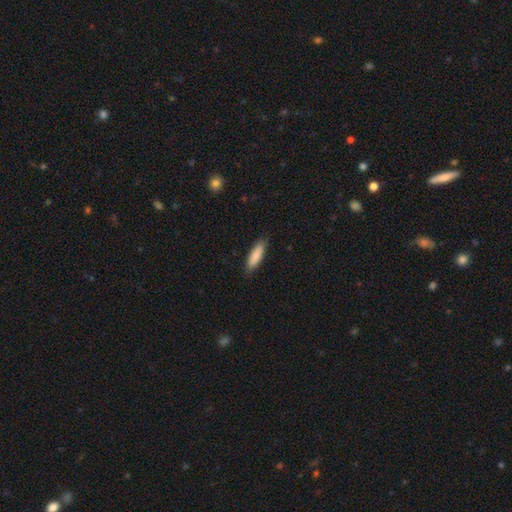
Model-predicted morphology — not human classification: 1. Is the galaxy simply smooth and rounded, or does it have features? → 86% smooth, 8% featured or disk, 6% star or artifact.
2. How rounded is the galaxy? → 59% cigar-shaped, 39% in between, 1% round.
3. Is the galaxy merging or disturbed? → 85% none, 11% minor disturbance, 2% major disturbance, 1% merger.